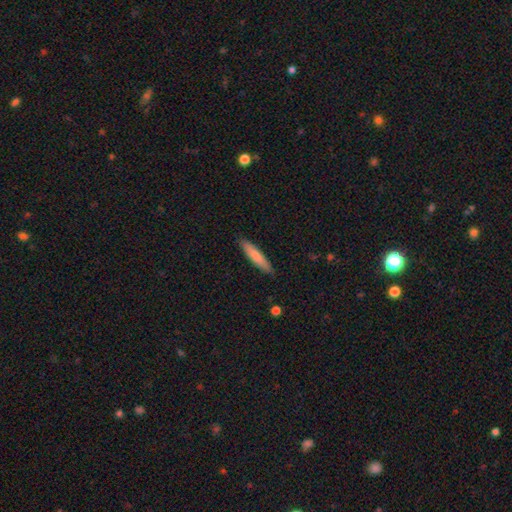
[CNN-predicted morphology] This appears to be a smooth galaxy with no disk features (78%) that is cigar-shaped (88%). Merging: none (89%).